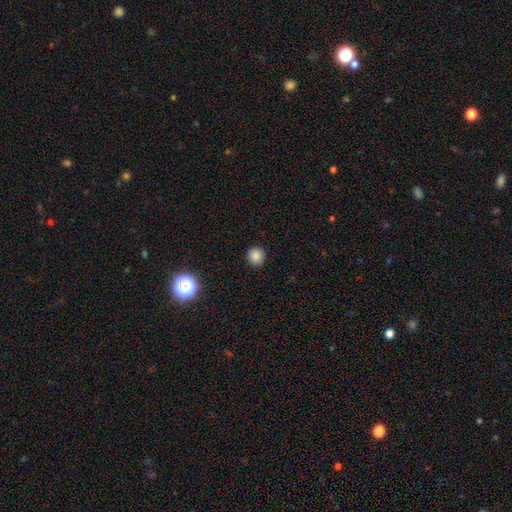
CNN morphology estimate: The model was most divided on "smooth or featured": smooth: 84%, star or artifact: 12%, featured or disk: 3%. More confident: merging — none (91%); how rounded — round (90%).